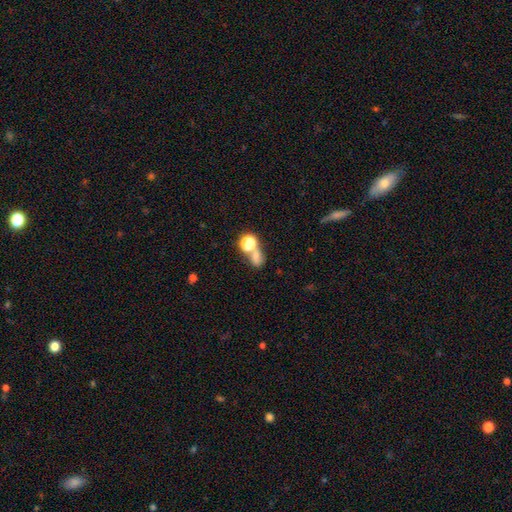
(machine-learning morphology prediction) smooth_or_featured: smooth (p=0.60) [alt: star or artifact p=0.28]
how_rounded: round (p=0.50) [alt: in between p=0.48]
merging: merger (p=0.44) [alt: none p=0.38]